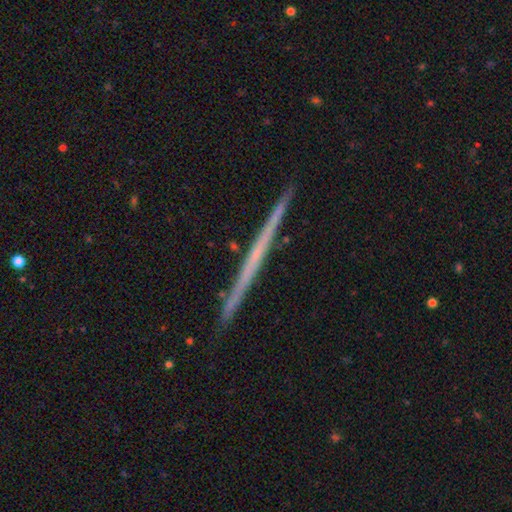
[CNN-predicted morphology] featured or disk 66%, smooth 28%, star or artifact 6%. Down the decision tree: edge-on disk — yes (98%); edge-on bulge — none (92%); merging — none (92%).